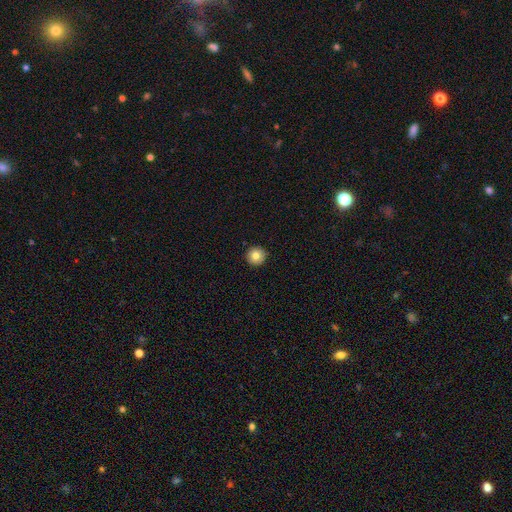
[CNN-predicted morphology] This is clearly a smooth galaxy (80%). How rounded: clearly round (96%). Merging: clearly none (93%).